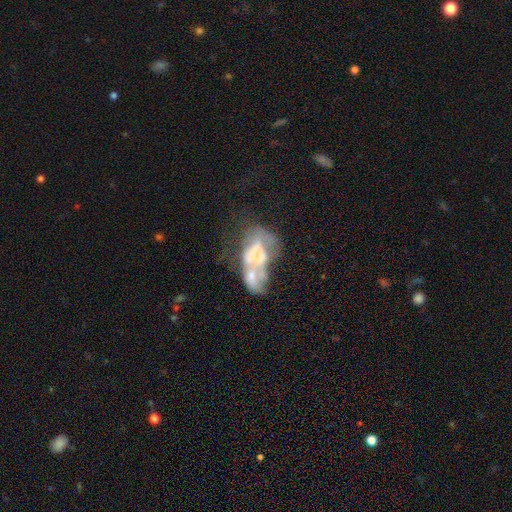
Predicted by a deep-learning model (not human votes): A featured or disk galaxy (61%) with no bar (86%), no spiral arms (87%) and no central bulge (44%).

Vote fractions:
- Smooth or featured? featured or disk: 61% / smooth: 27% / star or artifact: 12%
- Edge-on disk? no: 96% / yes: 4%
- Bar? no: 86% / weak: 10% / strong: 4%
- Spiral arms? no: 87% / yes: 13%
- Bulge size? none: 44% / moderate: 26% / small: 20% / large: 7% / dominant: 2%
- Merging? merger: 57% / major disturbance: 21% / none: 13% / minor disturbance: 9%